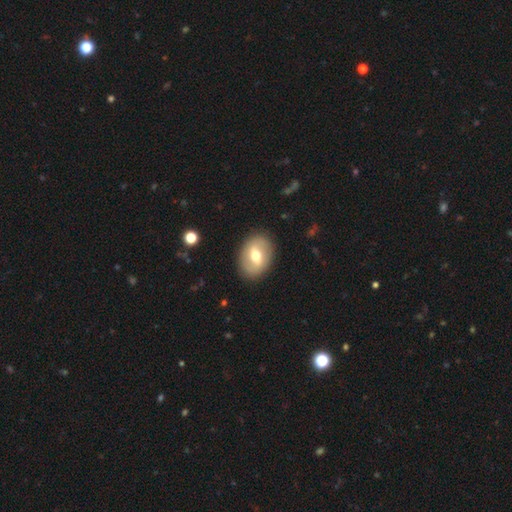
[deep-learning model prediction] Smooth or featured? smooth (49%)
Merging? none (87%)